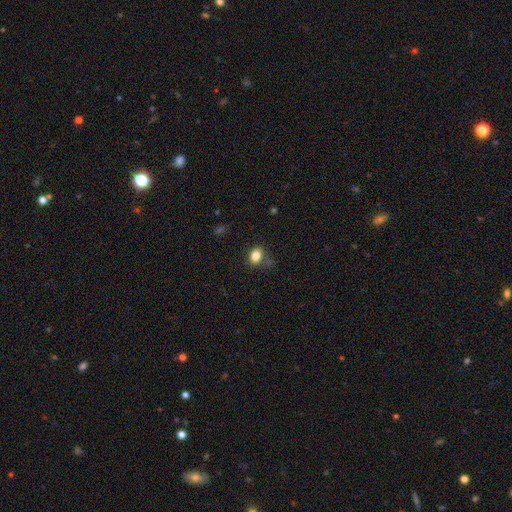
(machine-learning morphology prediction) This appears to be a smooth galaxy with no disk features (83%) that is in between round and cigar-shaped (57%). Merging: none (73%).